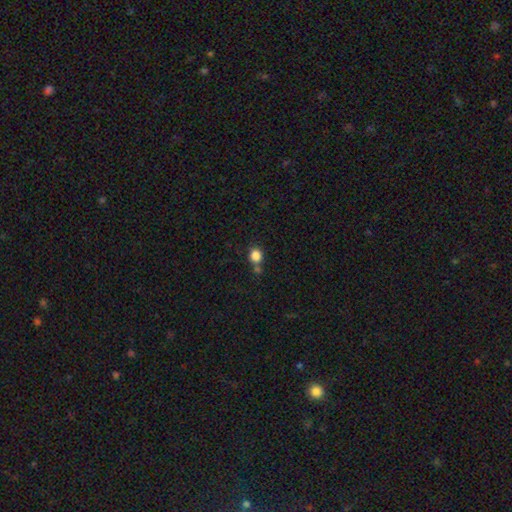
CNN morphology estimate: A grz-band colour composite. It shows a smooth galaxy with no disk features (83%) that is round (81%). Merging: none (62%).